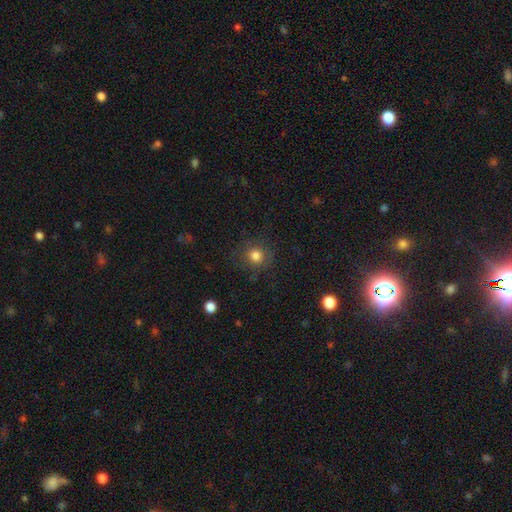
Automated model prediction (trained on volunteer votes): This is likely a smooth galaxy (80%). How rounded: clearly round (89%). Merging: clearly none (82%).